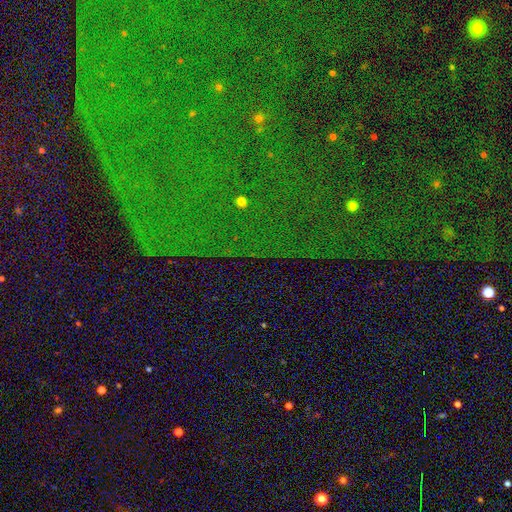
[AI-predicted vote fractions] smooth_or_featured: star or artifact (p=0.87) [alt: featured or disk p=0.07]